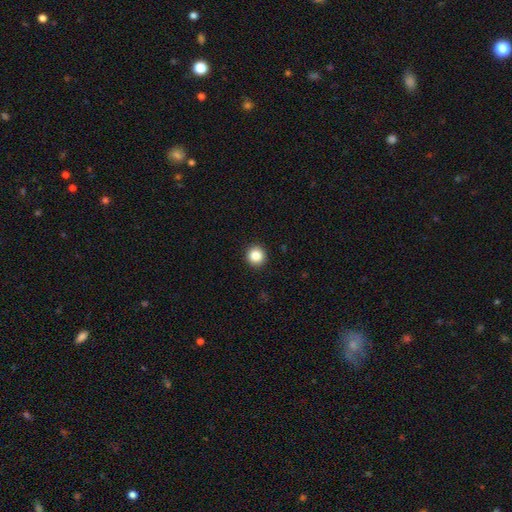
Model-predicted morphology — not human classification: Smooth or featured? smooth (87%)
How rounded? round (95%)
Merging? none (93%)